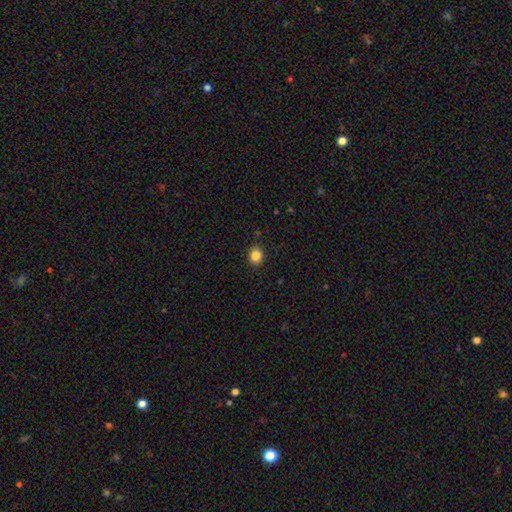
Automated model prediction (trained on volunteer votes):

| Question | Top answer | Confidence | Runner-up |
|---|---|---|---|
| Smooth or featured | smooth | 85% | star or artifact (10%) |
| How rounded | round | 64% | in between (35%) |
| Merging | none | 89% | minor disturbance (8%) |